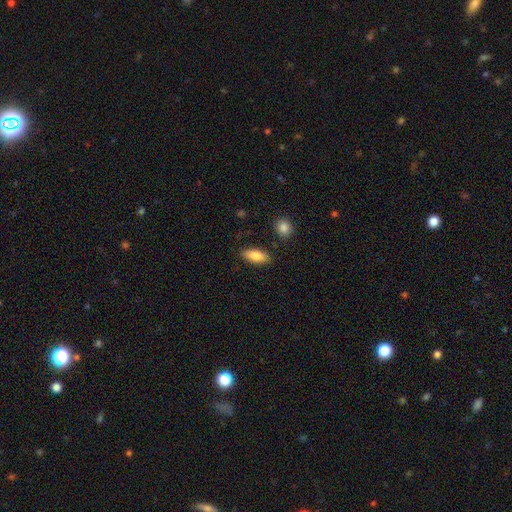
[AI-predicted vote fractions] This is clearly a smooth galaxy (86%). How rounded: clearly in between (81%). Merging: clearly none (84%).